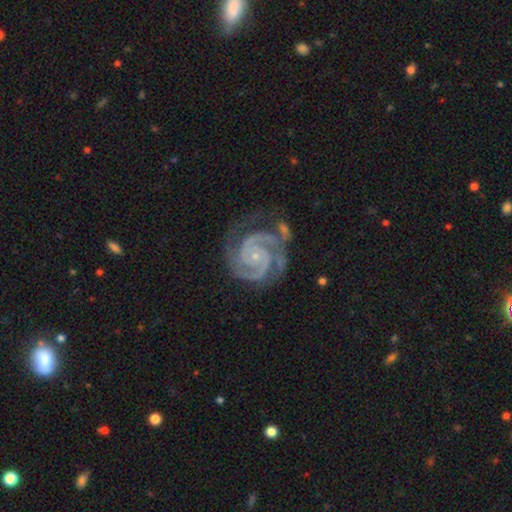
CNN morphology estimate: smooth_or_featured: featured or disk (p=0.94) [alt: star or artifact p=0.04]
disk_edge_on: no (p=0.98) [alt: yes p=0.02]
bar: no (p=0.70) [alt: weak p=0.21]
has_spiral_arms: yes (p=0.99) [alt: no p=0.01]
spiral_winding: tight (p=0.73) [alt: medium p=0.25]
spiral_arm_count: 2 (p=0.74) [alt: 3 p=0.16]
bulge_size: small (p=0.83) [alt: moderate p=0.12]
merging: none (p=0.63) [alt: minor disturbance p=0.22]